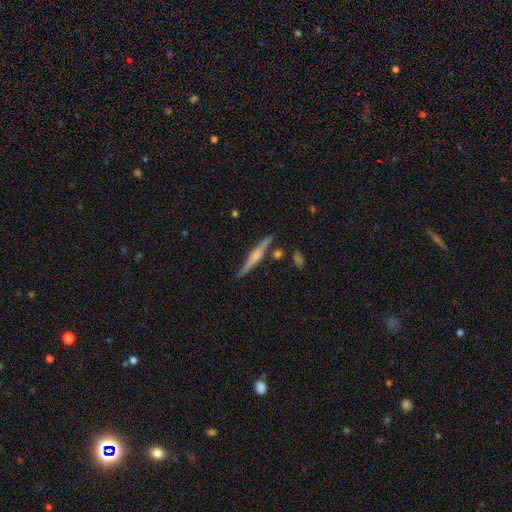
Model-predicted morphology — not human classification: Q: Smooth or featured?
A: featured or disk (69%); runner-up: smooth (25%)
Q: Edge-on disk?
A: yes (97%); runner-up: no (3%)
Q: Edge-on bulge?
A: rounded (71%); runner-up: boxy (16%)
Q: Merging?
A: none (83%); runner-up: minor disturbance (10%)